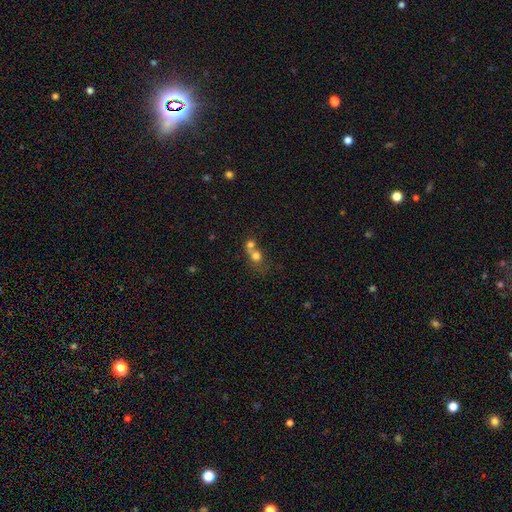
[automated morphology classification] smooth-or-featured: smooth: 70% | featured or disk: 17% | star or artifact: 13%
  how-rounded: round: 77% | in between: 22% | cigar-shaped: 1%
  merging: merger: 69% | none: 22% | minor disturbance: 5% | major disturbance: 4%